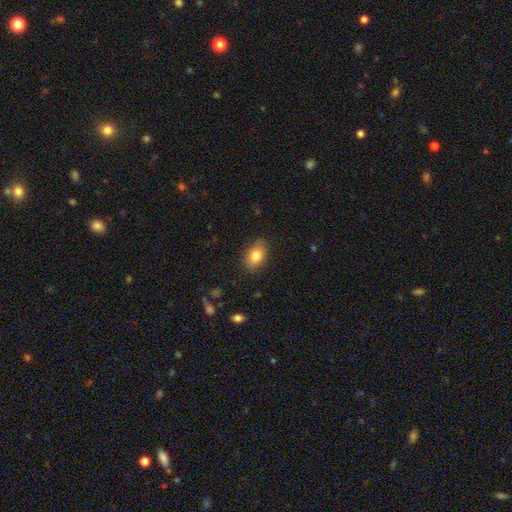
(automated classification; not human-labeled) Smooth or featured? smooth (81%)
How rounded? in between (85%)
Merging? none (84%)